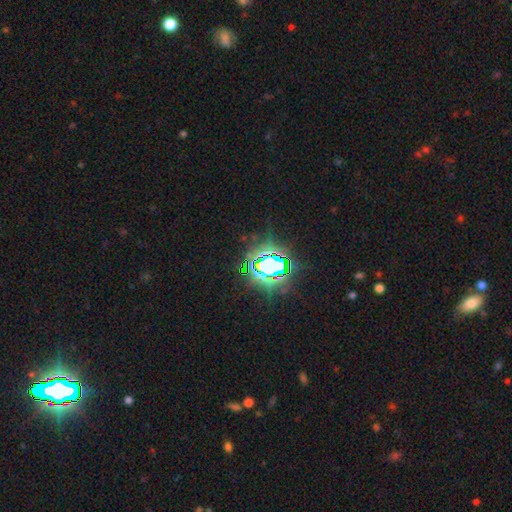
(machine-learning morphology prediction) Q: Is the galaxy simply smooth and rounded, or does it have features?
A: star or artifact — 82%.